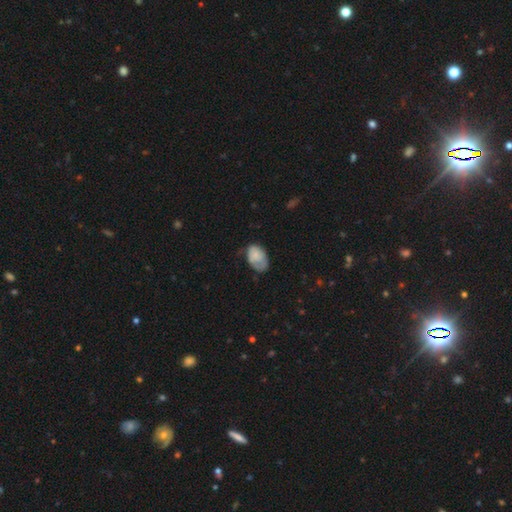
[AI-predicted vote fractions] smooth-or-featured: smooth: 72% | featured or disk: 21% | star or artifact: 7%
  how-rounded: in between: 87% | round: 12% | cigar-shaped: 1%
  merging: none: 41% | minor disturbance: 40% | major disturbance: 18% | merger: 2%